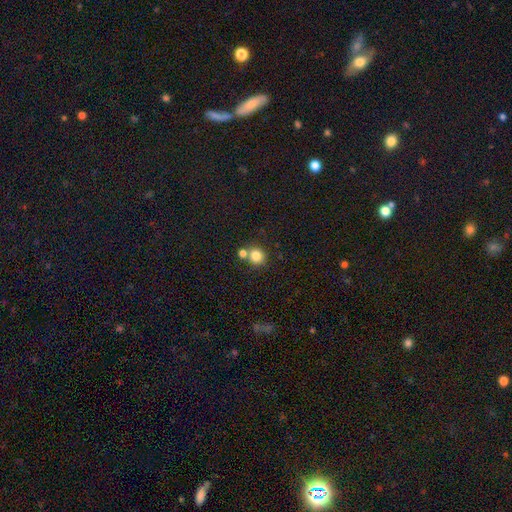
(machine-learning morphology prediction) A smooth galaxy with no disk features (81%) that is round (84%). Merging: none (60%).